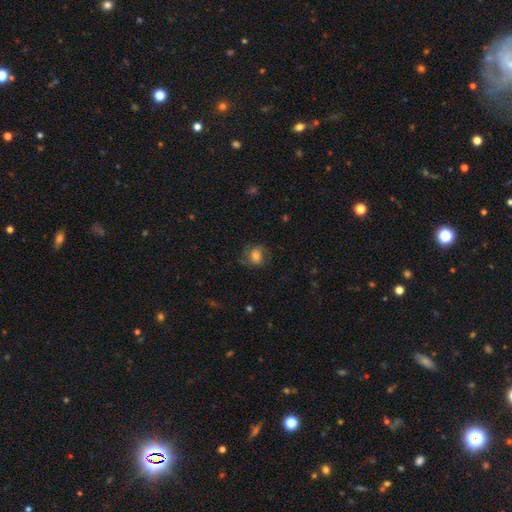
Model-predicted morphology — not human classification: Q: Smooth or featured?
A: smooth (60%); runner-up: featured or disk (30%)
Q: How rounded?
A: round (57%); runner-up: in between (42%)
Q: Merging?
A: none (64%); runner-up: minor disturbance (22%)